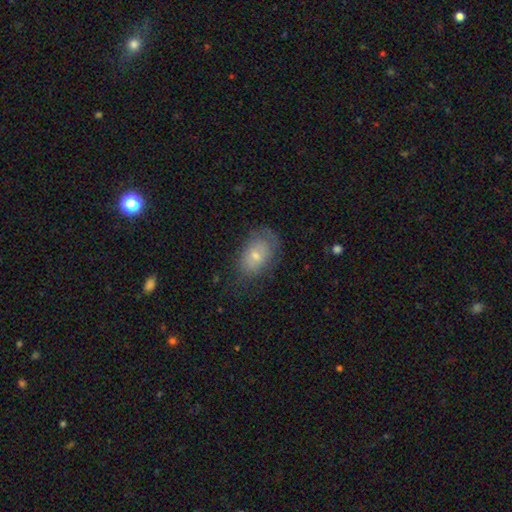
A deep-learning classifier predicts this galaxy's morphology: Smooth or featured?
  - smooth: 58% *
  - featured or disk: 33%
  - star or artifact: 8%
How rounded?
  - in between: 84% *
  - round: 15%
  - cigar-shaped: 1%
Merging?
  - none: 59% *
  - minor disturbance: 26%
  - major disturbance: 14%
  - merger: 2%